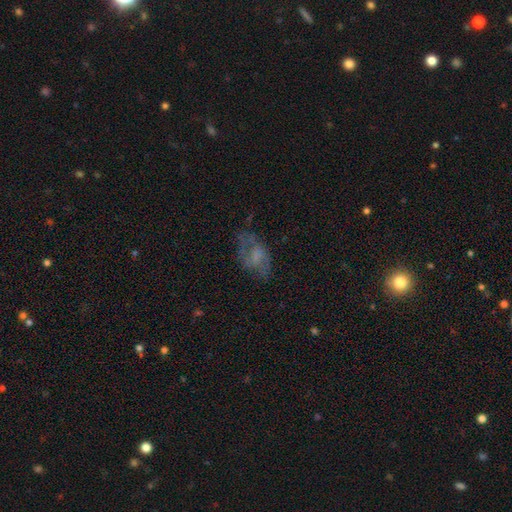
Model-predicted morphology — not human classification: smooth_or_featured: featured or disk (p=0.47) [alt: smooth p=0.40]
merging: none (p=0.48) [alt: major disturbance p=0.27]